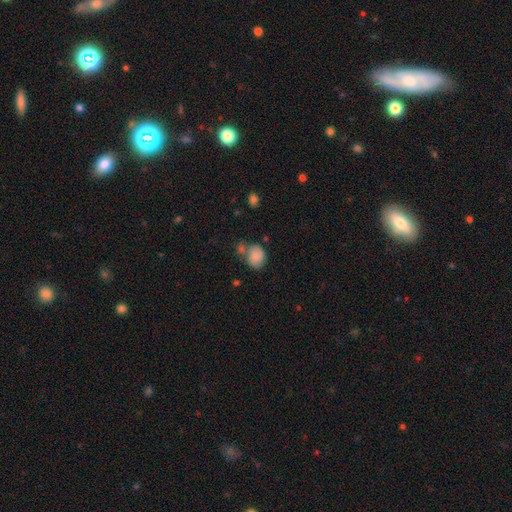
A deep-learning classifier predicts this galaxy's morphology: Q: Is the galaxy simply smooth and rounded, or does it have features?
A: smooth — 81%.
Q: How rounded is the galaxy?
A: round — 54%.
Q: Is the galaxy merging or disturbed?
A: none — 47%.